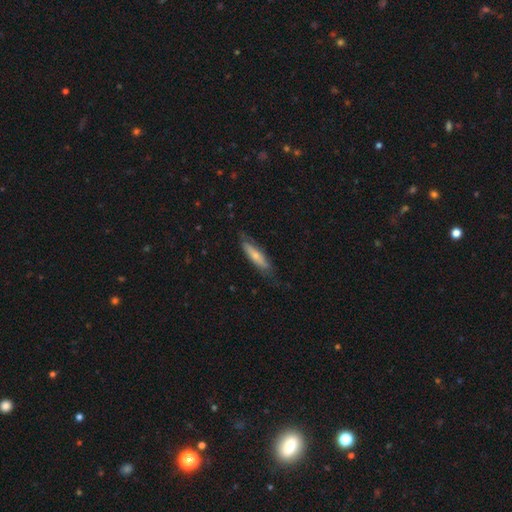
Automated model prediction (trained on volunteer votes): Smooth or featured? smooth (56%)
How rounded? cigar-shaped (69%)
Merging? none (71%)